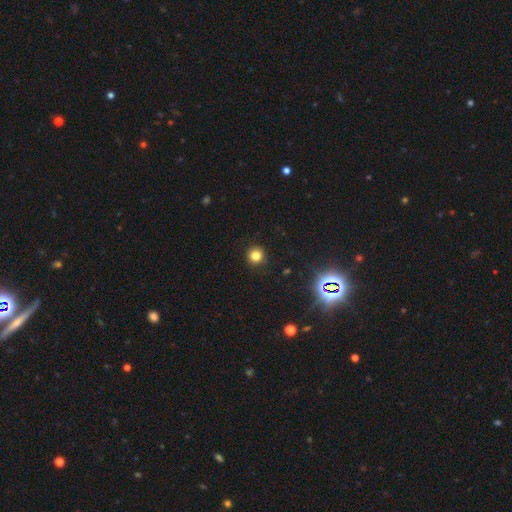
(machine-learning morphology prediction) Smooth or featured: smooth — 79% (star or artifact — 16%)
How rounded: round — 94% (in between — 5%)
Merging: none — 91% (minor disturbance — 6%)